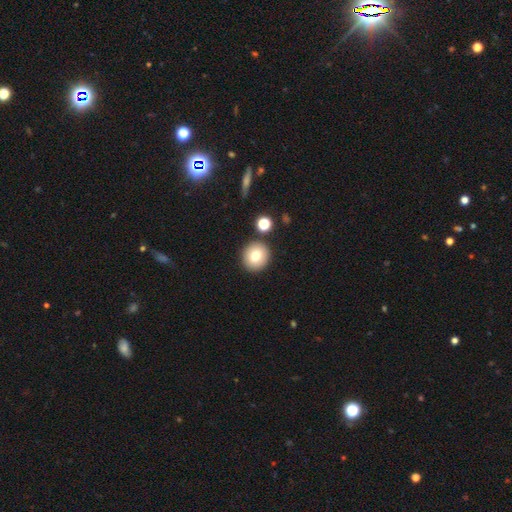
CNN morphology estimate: A smooth galaxy with no disk features (77%) that is round (91%).

Vote fractions:
- Smooth or featured? smooth: 77% / featured or disk: 13% / star or artifact: 10%
- How rounded? round: 91% / in between: 8% / cigar-shaped: 1%
- Merging? none: 87% / minor disturbance: 6% / merger: 5% / major disturbance: 2%